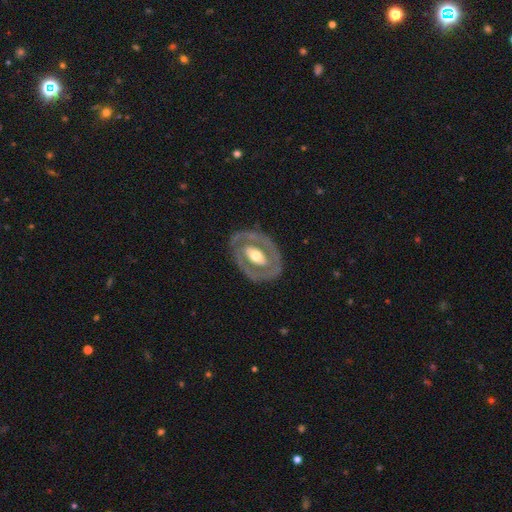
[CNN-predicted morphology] The model was most divided on "bar": no: 53%, weak: 25%, strong: 22%. More confident: edge-on disk — no (93%); merging — none (79%); spiral arms — no (73%); smooth or featured — featured or disk (68%); bulge size — moderate (64%).